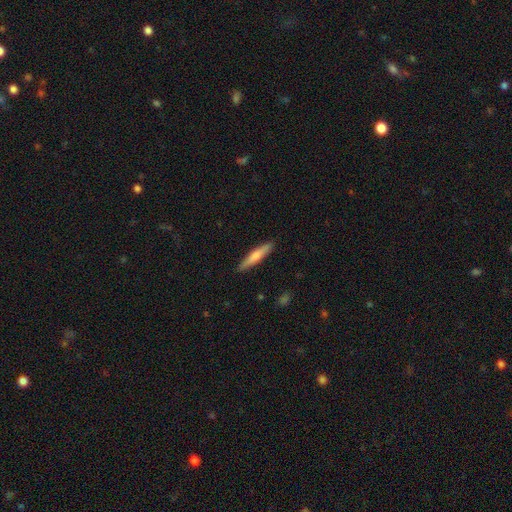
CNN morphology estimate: A smooth galaxy with no disk features (63%) that is cigar-shaped (89%). Merging: none (89%).